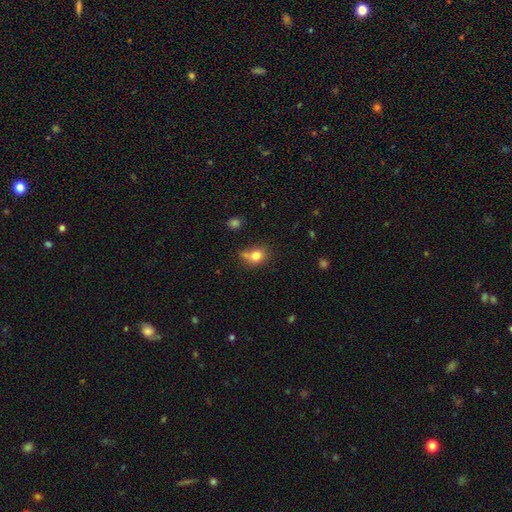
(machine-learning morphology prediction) This is likely a smooth galaxy (80%). How rounded: possibly round (55%). Merging: possibly none (52%).